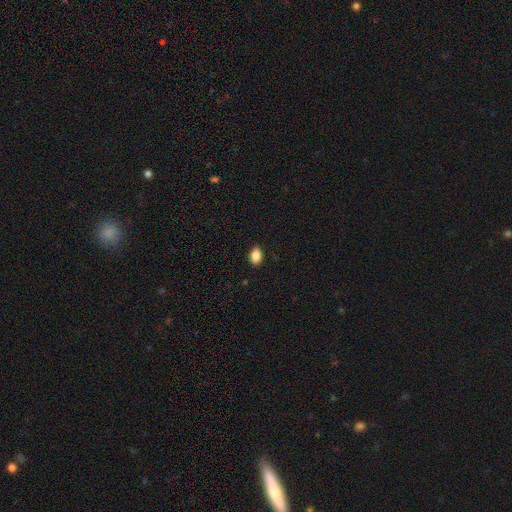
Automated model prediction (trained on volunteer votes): smooth-or-featured: smooth: 88% | star or artifact: 8% | featured or disk: 4%
  how-rounded: in between: 88% | round: 10% | cigar-shaped: 2%
  merging: none: 90% | minor disturbance: 7% | major disturbance: 2% | merger: 1%